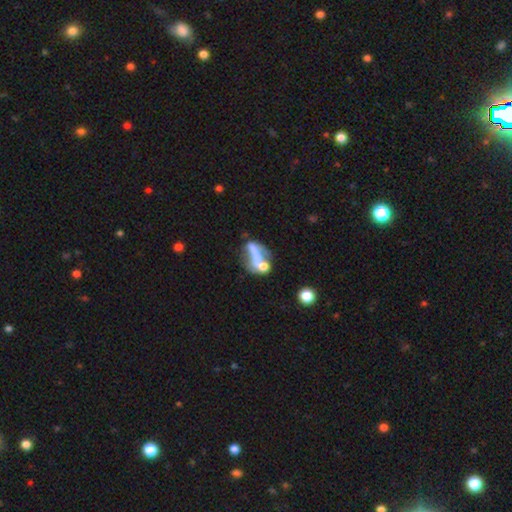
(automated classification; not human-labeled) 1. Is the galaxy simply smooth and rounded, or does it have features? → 46% featured or disk, 41% smooth, 13% star or artifact.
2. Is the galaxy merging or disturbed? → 37% merger, 25% major disturbance, 24% none, 15% minor disturbance.